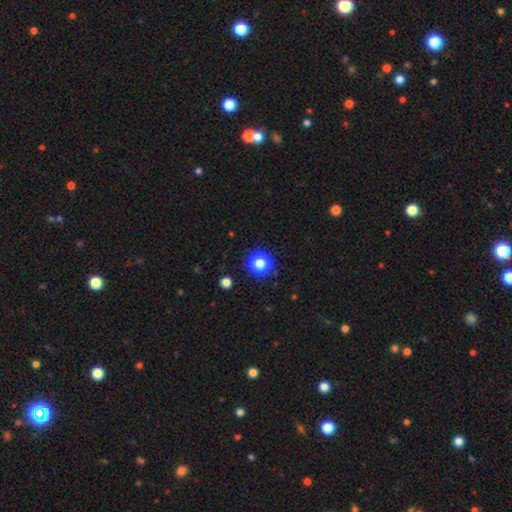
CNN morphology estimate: The model was most divided on "smooth or featured": smooth: 50%, star or artifact: 43%, featured or disk: 7%. More confident: merging — none (81%).